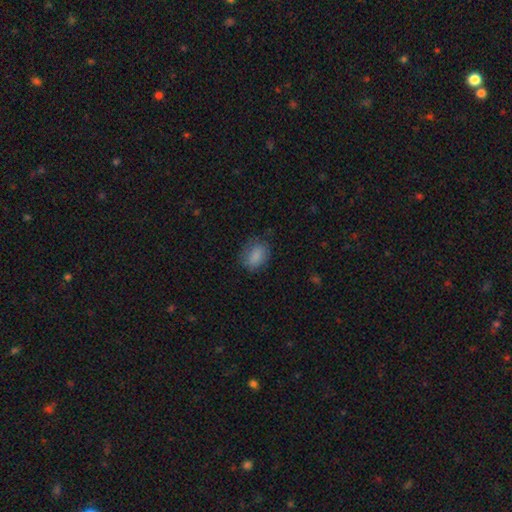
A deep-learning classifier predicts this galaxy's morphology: This is clearly a smooth galaxy (85%). How rounded: likely in between (72%). Merging: likely none (74%).